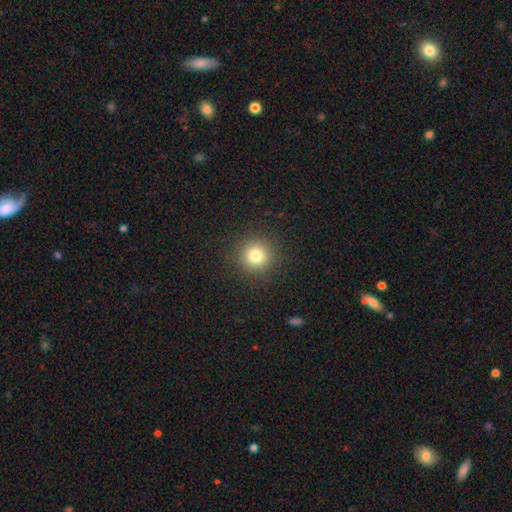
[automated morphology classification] smooth_or_featured: smooth (p=0.80) [alt: star or artifact p=0.13]
how_rounded: round (p=0.94) [alt: in between p=0.05]
merging: none (p=0.91) [alt: minor disturbance p=0.06]